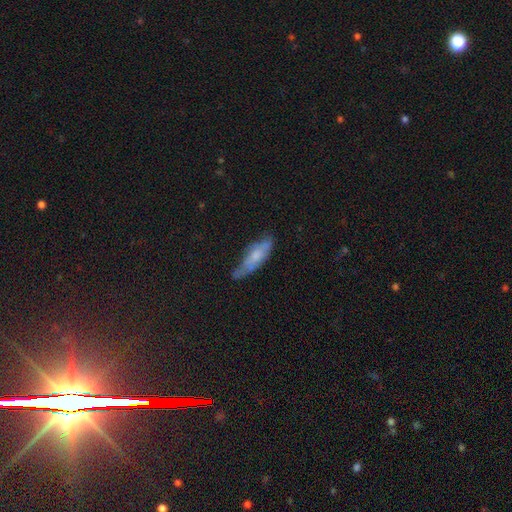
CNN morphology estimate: Smooth or featured: smooth — 54% (featured or disk — 39%)
How rounded: cigar-shaped — 50% (in between — 48%)
Merging: none — 52% (minor disturbance — 34%)